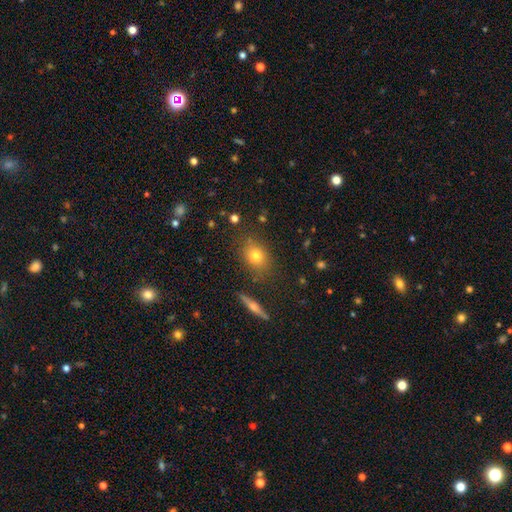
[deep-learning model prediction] The model was most divided on "how rounded": in between: 52%, round: 44%, cigar-shaped: 3%. More confident: merging — none (82%); smooth or featured — smooth (70%).